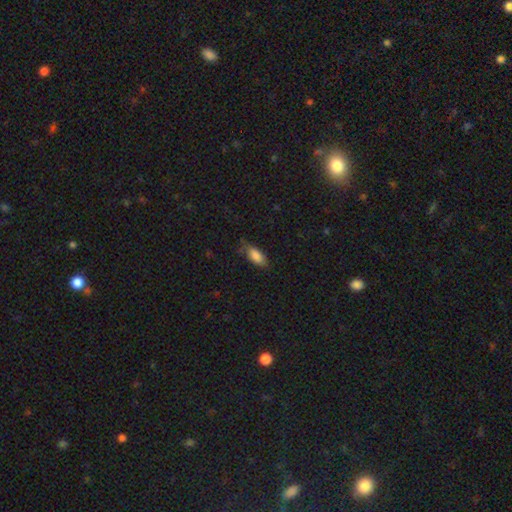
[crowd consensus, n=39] Q: Smooth or featured?
A: smooth (87%); runner-up: star or artifact (10%)
Q: How rounded?
A: in between (76%); runner-up: cigar-shaped (21%)
Q: Merging?
A: none (51%); runner-up: minor disturbance (34%)